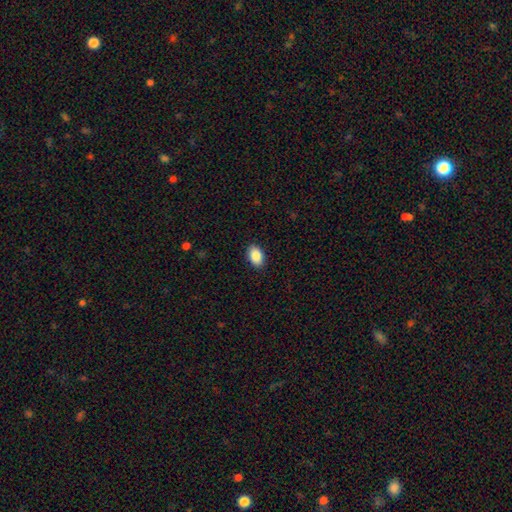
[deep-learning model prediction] Overall: smooth (89%). How rounded: in between (90%). Merging: none (90%).